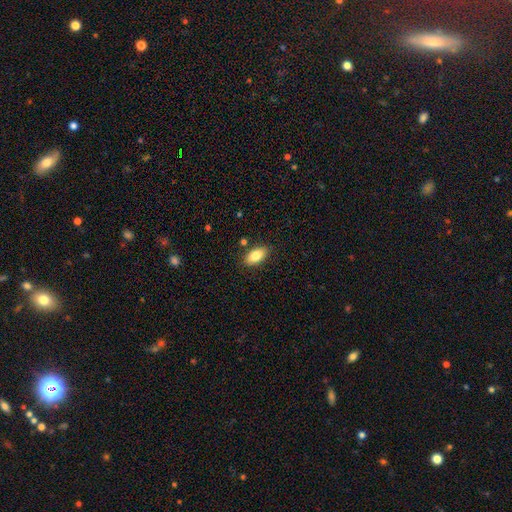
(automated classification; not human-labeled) Morphology: type=smooth (84%); roundness=in between (91%); merging=none (85%).